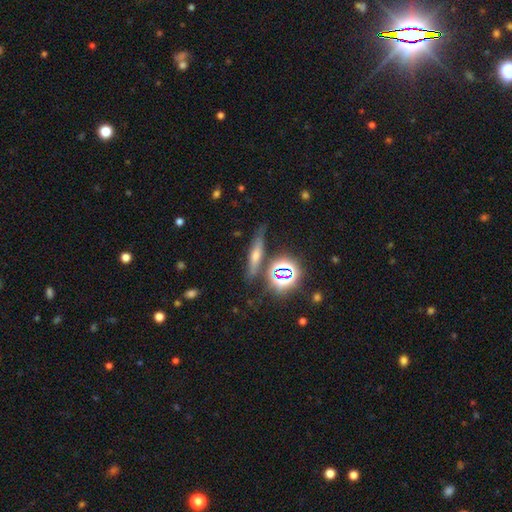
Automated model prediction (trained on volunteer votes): Smooth or featured?
  - featured or disk: 41% *
  - smooth: 35%
  - star or artifact: 24%
Merging?
  - none: 78% *
  - minor disturbance: 13%
  - merger: 5%
  - major disturbance: 4%